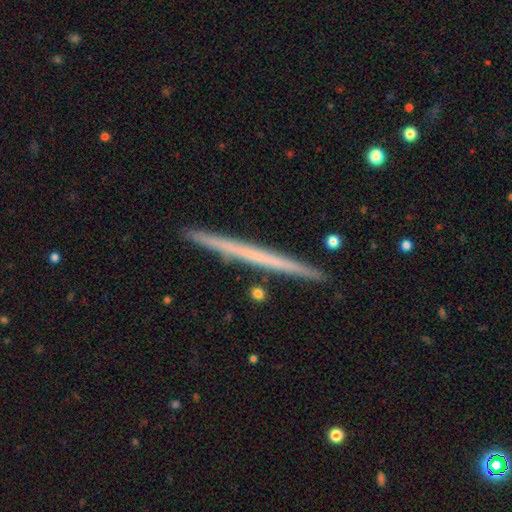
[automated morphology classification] A featured or disk galaxy (53%) viewed edge-on (98%) with no central bulge (93%).

Vote fractions:
- Smooth or featured? featured or disk: 53% / smooth: 41% / star or artifact: 6%
- Edge-on disk? yes: 98% / no: 2%
- Edge-on bulge? none: 93% / rounded: 5% / boxy: 2%
- Merging? none: 92% / minor disturbance: 6% / merger: 1% / major disturbance: 1%